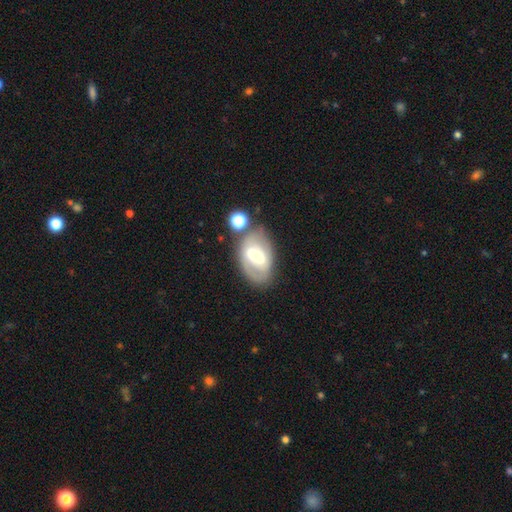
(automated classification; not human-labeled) A featured or disk galaxy (60%) with a strong bar (50%), spiral arms (55%) and a moderate central bulge (53%). Merging: none (60%).